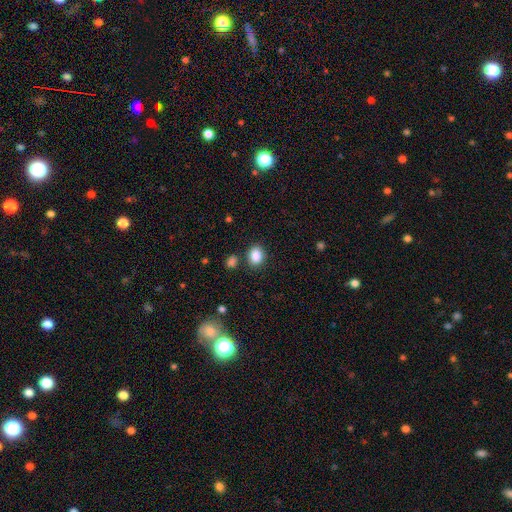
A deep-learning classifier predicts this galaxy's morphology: Smooth or featured? Predicted: smooth (p=0.86). How rounded? Predicted: in between (p=0.56). Merging? Predicted: none (p=0.80).